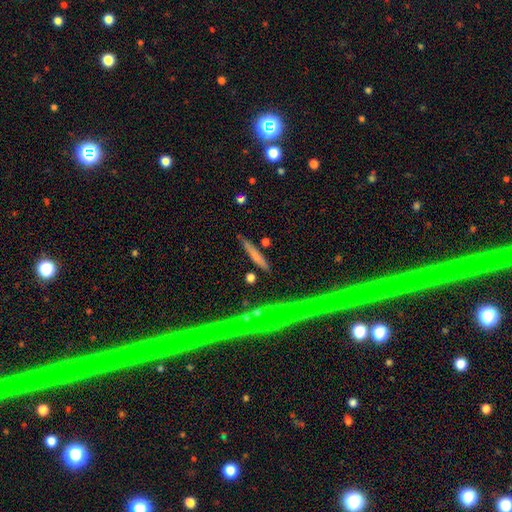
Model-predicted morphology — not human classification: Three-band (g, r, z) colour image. It shows a smooth galaxy with no disk features (61%) that is cigar-shaped (90%). Merging: none (80%).